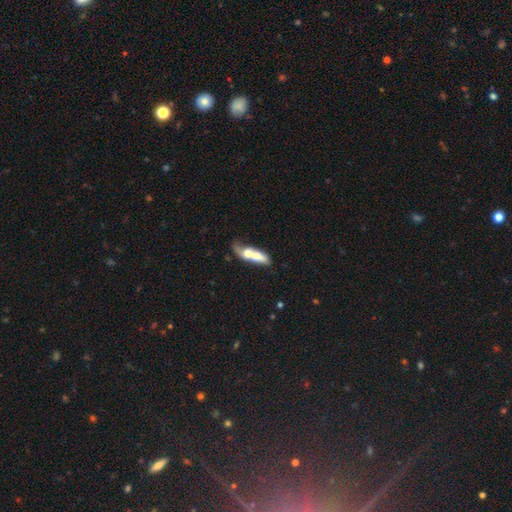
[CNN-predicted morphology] This is possibly a smooth galaxy (59%). How rounded: possibly in between (51%). Merging: possibly merger (59%).